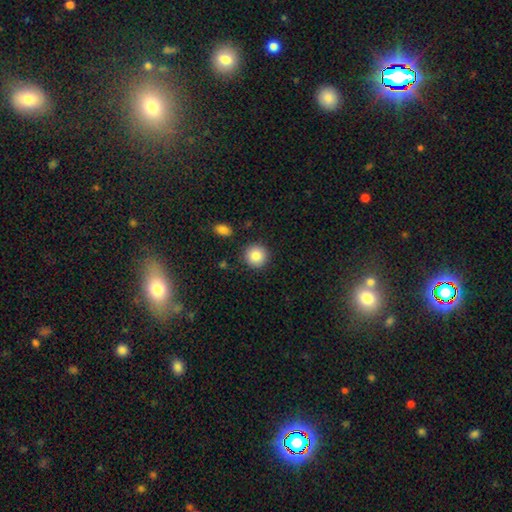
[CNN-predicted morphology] Smooth or featured: smooth — 85% (star or artifact — 9%)
How rounded: round — 93% (in between — 6%)
Merging: none — 89% (minor disturbance — 6%)